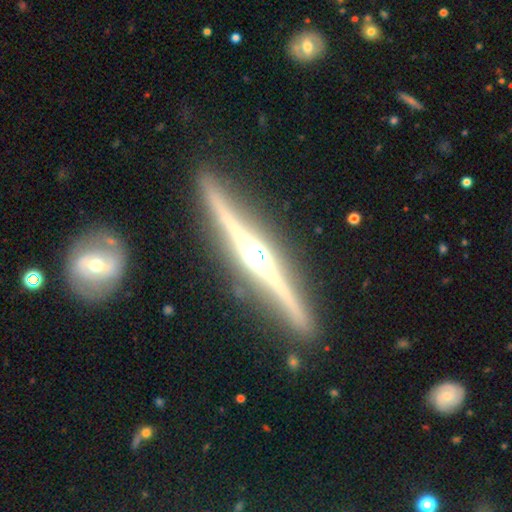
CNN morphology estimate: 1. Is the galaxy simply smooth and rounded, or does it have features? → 88% featured or disk, 7% smooth, 5% star or artifact.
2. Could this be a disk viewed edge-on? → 98% yes, 2% no.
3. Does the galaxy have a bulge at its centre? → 86% rounded, 8% boxy, 5% none.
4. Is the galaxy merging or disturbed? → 88% none, 8% minor disturbance, 2% merger, 2% major disturbance.